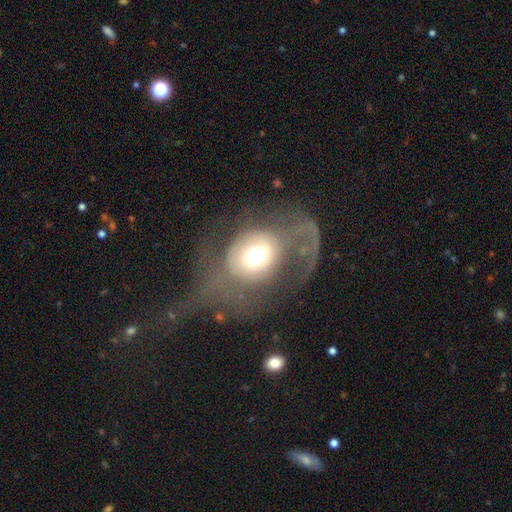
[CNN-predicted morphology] type=smooth (45%); merging=major disturbance (59%).